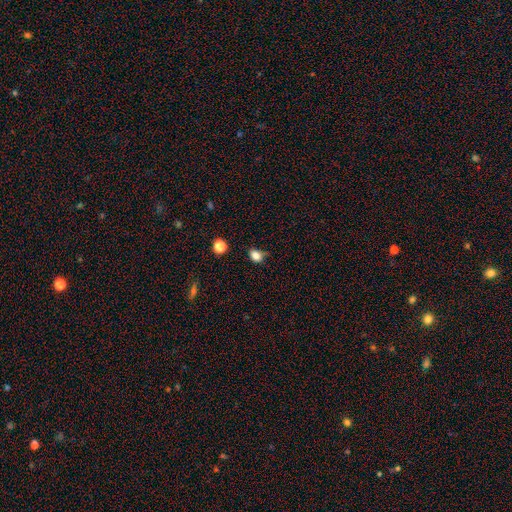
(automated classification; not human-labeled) This appears to be a smooth galaxy with no disk features (82%) that is in between round and cigar-shaped (58%). Merging: none (51%).